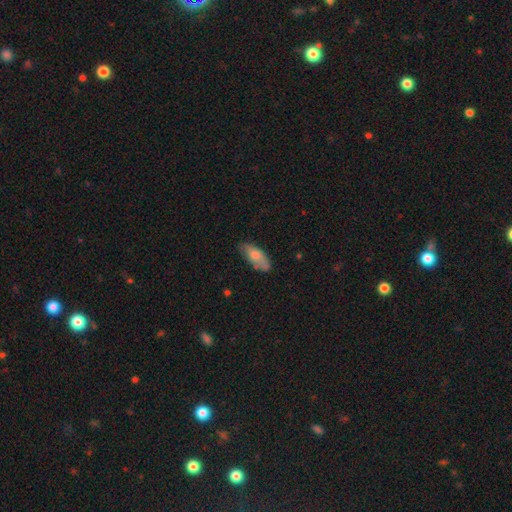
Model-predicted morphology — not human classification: A smooth galaxy with no disk features (73%) that is in between round and cigar-shaped (83%).

Vote fractions:
- Smooth or featured? smooth: 73% / featured or disk: 21% / star or artifact: 6%
- How rounded? in between: 83% / cigar-shaped: 14% / round: 2%
- Merging? none: 66% / minor disturbance: 26% / major disturbance: 5% / merger: 3%